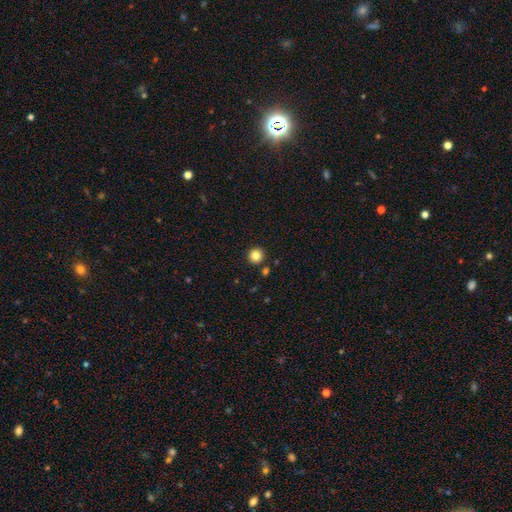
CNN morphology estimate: Smooth or featured: smooth — 84% (star or artifact — 11%)
How rounded: round — 95% (in between — 4%)
Merging: none — 90% (minor disturbance — 5%)